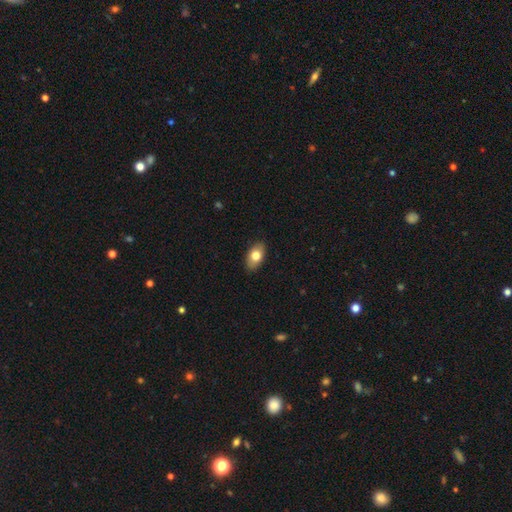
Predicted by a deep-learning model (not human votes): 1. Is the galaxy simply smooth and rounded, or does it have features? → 76% smooth, 17% featured or disk, 7% star or artifact.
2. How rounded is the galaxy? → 91% in between, 7% round, 3% cigar-shaped.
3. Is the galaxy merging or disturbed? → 88% none, 10% minor disturbance, 2% major disturbance, 1% merger.